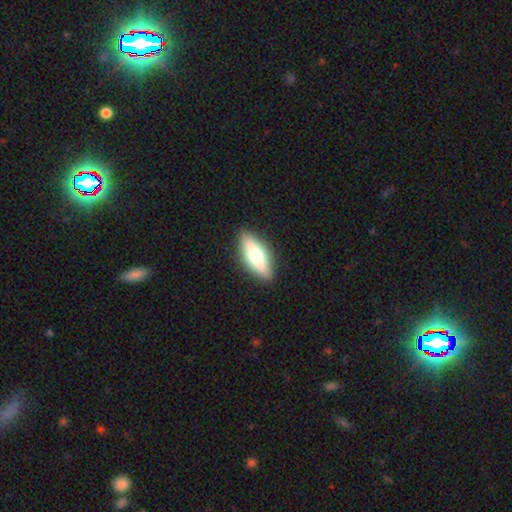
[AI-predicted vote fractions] A smooth galaxy with no disk features (66%) that is in between round and cigar-shaped (61%). Merging: none (88%).